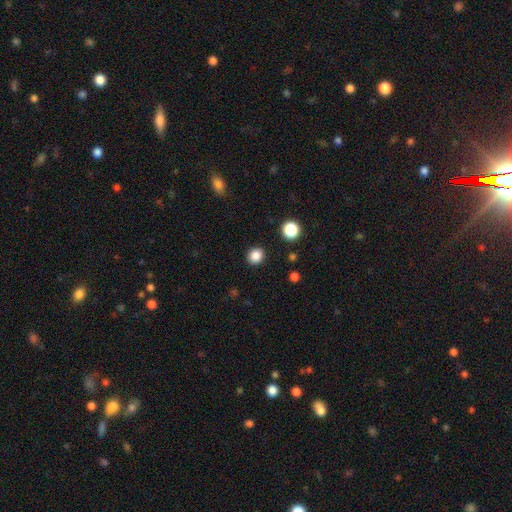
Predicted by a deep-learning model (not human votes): Q: Smooth or featured?
A: smooth (86%); runner-up: star or artifact (11%)
Q: How rounded?
A: round (85%); runner-up: in between (14%)
Q: Merging?
A: none (91%); runner-up: minor disturbance (6%)